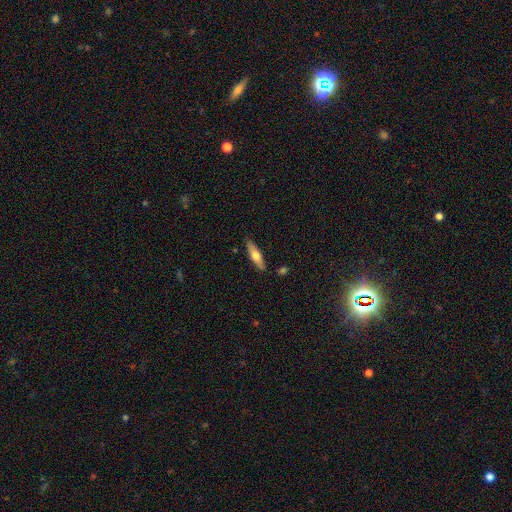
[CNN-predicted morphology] Overall: smooth (52%; featured or disk 42%). How rounded: cigar-shaped (71%). Merging: none (86%).